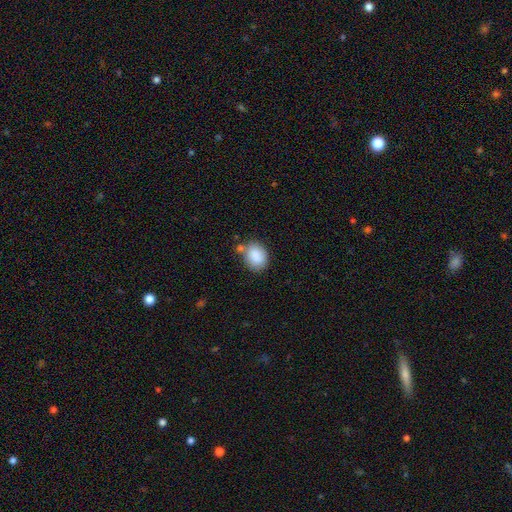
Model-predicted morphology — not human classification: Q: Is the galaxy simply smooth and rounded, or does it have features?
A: smooth — 86%.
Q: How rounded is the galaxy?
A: in between — 57%.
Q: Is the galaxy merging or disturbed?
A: none — 64%.